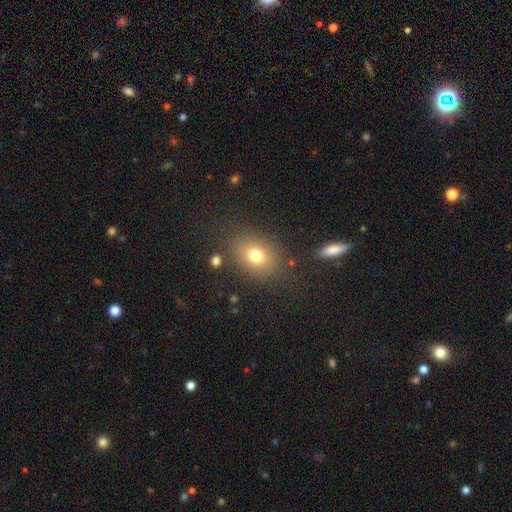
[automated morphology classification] This is likely a smooth galaxy (75%). How rounded: likely in between (64%). Merging: clearly none (81%).